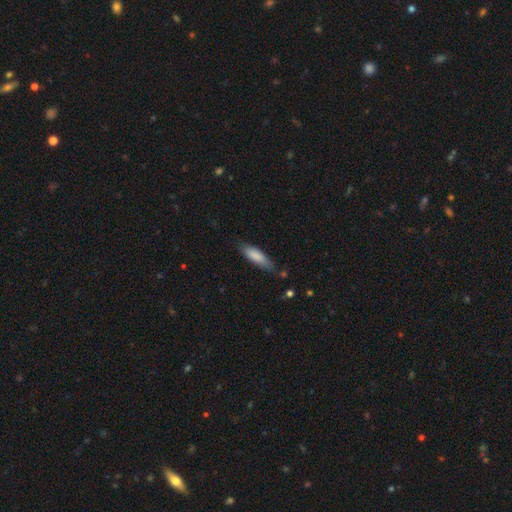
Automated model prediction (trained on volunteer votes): This appears to be a smooth galaxy with no disk features (84%) that is cigar-shaped (56%). Merging: none (74%).